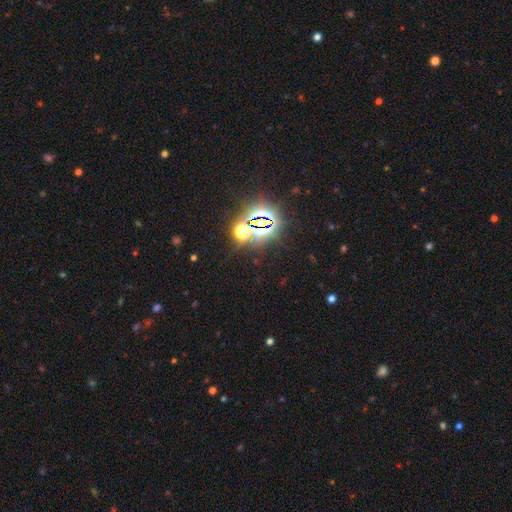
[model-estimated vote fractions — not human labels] A star or artifact, not a galaxy (81%).